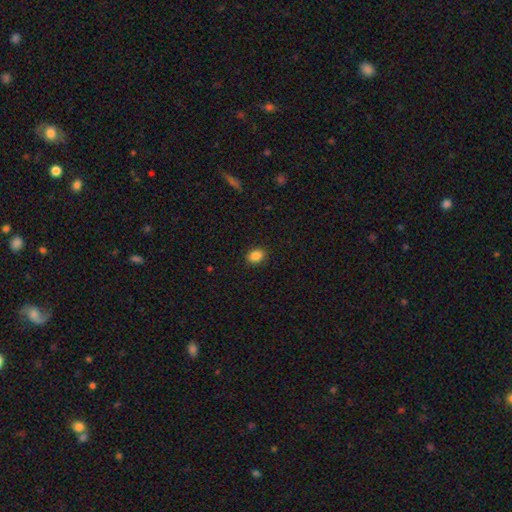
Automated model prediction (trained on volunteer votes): Smooth or featured? smooth (87%)
How rounded? in between (61%)
Merging? none (90%)